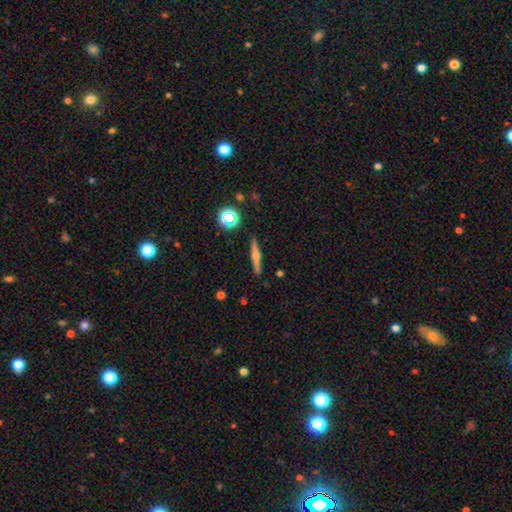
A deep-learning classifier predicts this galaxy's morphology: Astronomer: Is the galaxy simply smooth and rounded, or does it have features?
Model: featured or disk — 64%.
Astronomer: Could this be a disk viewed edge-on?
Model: yes — 97%.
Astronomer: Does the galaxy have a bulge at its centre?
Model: rounded — 90%.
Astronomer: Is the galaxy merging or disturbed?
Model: none — 90%.